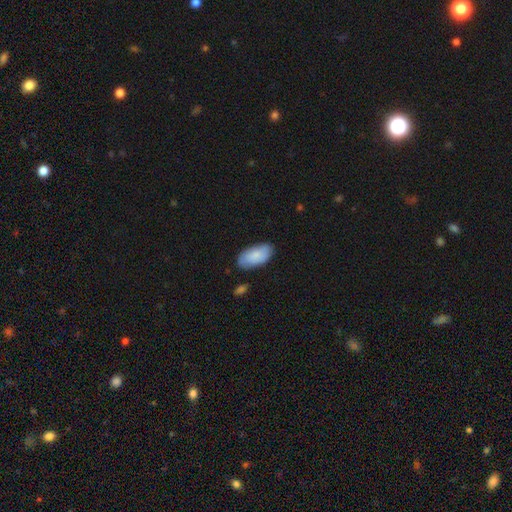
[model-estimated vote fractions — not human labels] A smooth galaxy with no disk features (82%) that is in between round and cigar-shaped (94%).

Vote fractions:
- Smooth or featured? smooth: 82% / featured or disk: 12% / star or artifact: 6%
- How rounded? in between: 94% / cigar-shaped: 3% / round: 2%
- Merging? none: 79% / minor disturbance: 15% / major disturbance: 3% / merger: 2%